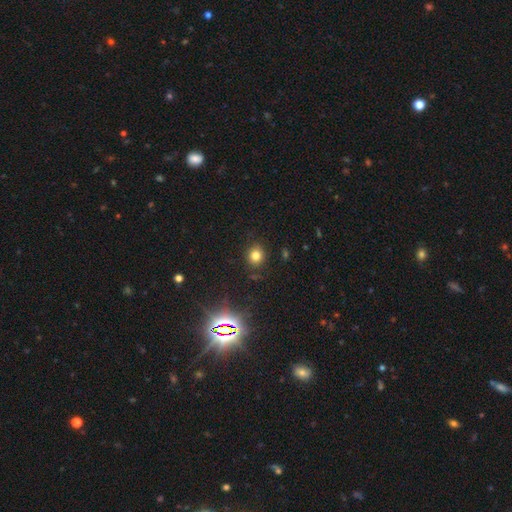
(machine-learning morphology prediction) Smooth or featured?
  - smooth: 77% *
  - star or artifact: 16%
  - featured or disk: 7%
How rounded?
  - round: 78% *
  - in between: 21%
  - cigar-shaped: 1%
Merging?
  - none: 86% *
  - minor disturbance: 9%
  - major disturbance: 3%
  - merger: 2%